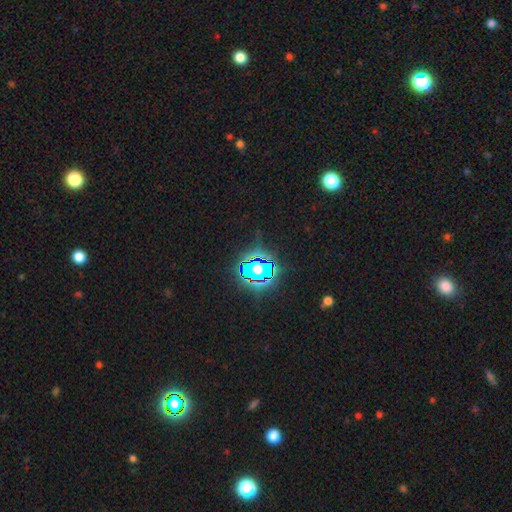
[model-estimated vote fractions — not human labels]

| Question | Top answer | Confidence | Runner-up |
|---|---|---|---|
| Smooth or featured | star or artifact | 79% | smooth (13%) |